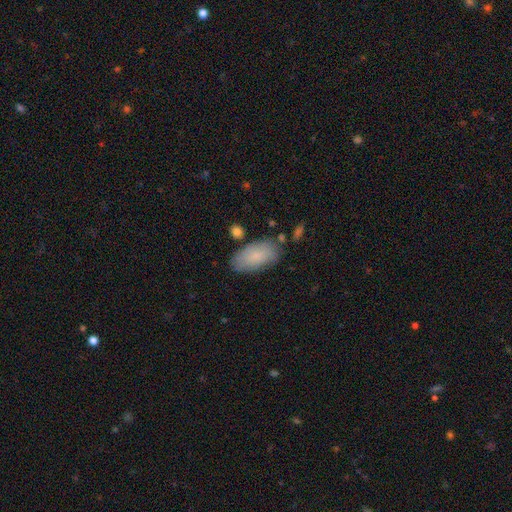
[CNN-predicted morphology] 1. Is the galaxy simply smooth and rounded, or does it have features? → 82% smooth, 12% featured or disk, 6% star or artifact.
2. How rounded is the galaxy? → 94% in between, 4% cigar-shaped, 2% round.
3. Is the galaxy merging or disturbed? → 75% none, 16% minor disturbance, 4% merger, 4% major disturbance.